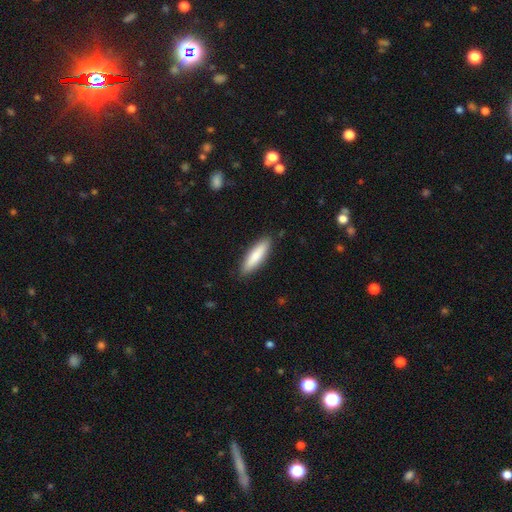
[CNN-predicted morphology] Smooth or featured?
  - smooth: 80% *
  - featured or disk: 15%
  - star or artifact: 5%
How rounded?
  - cigar-shaped: 67% *
  - in between: 31%
  - round: 1%
Merging?
  - none: 89% *
  - minor disturbance: 9%
  - major disturbance: 2%
  - merger: 1%